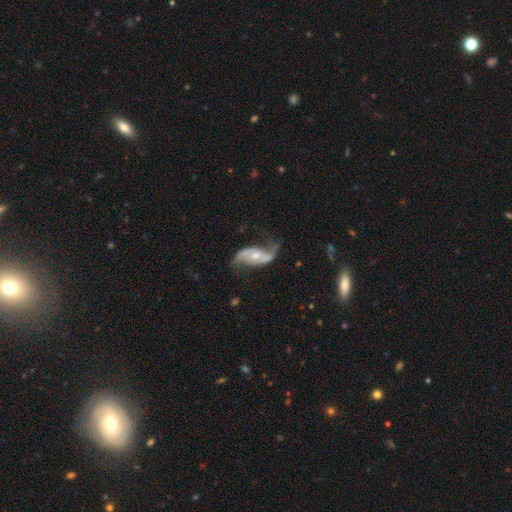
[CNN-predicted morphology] The model was most divided on "bulge size": small: 49%, moderate: 45%, large: 3%, none: 2%, dominant: 1%. More confident: edge-on disk — no (96%); spiral arms — yes (95%); spiral arm count — 2 (92%); smooth or featured — featured or disk (86%); spiral winding — loose (76%); merging — none (66%); bar — no (55%).